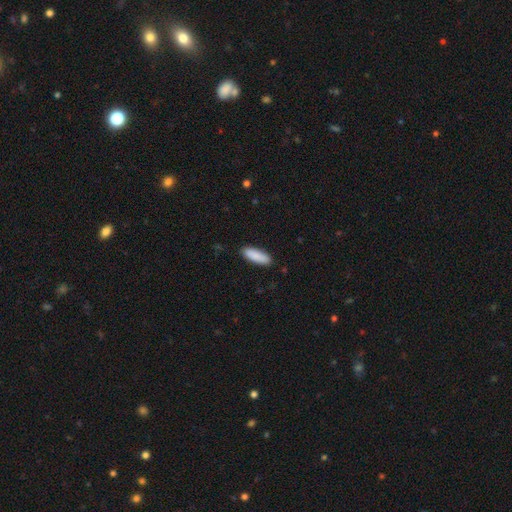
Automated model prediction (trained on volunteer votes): Smooth or featured? Predicted: smooth (p=0.90). How rounded? Predicted: in between (p=0.59). Merging? Predicted: none (p=0.88).